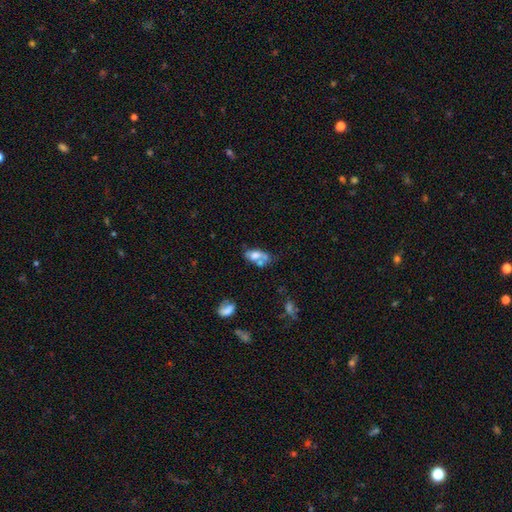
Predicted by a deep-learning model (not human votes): The model was most divided on "merging": merger: 41%, none: 27%, minor disturbance: 19%, major disturbance: 14%. More confident: how rounded — in between (85%); smooth or featured — smooth (61%).